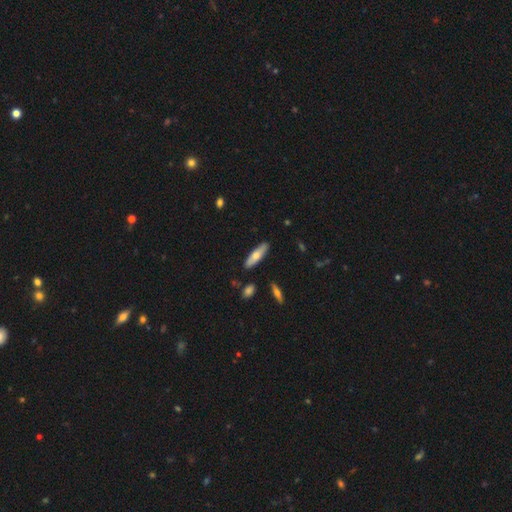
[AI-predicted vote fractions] Morphology: type=smooth (63%); roundness=cigar-shaped (62%); merging=none (86%).